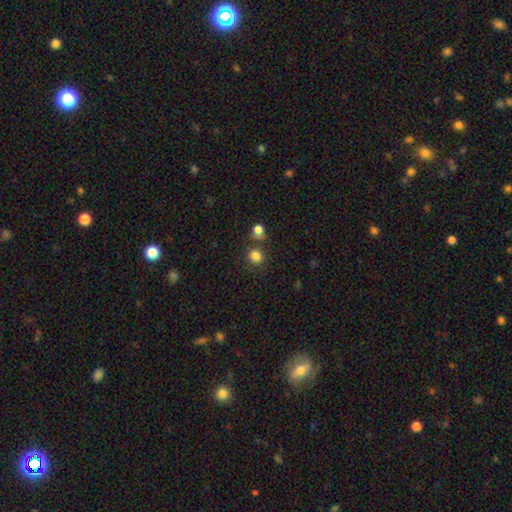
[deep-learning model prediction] This is clearly a smooth galaxy (82%). How rounded: likely round (78%). Merging: likely none (73%).